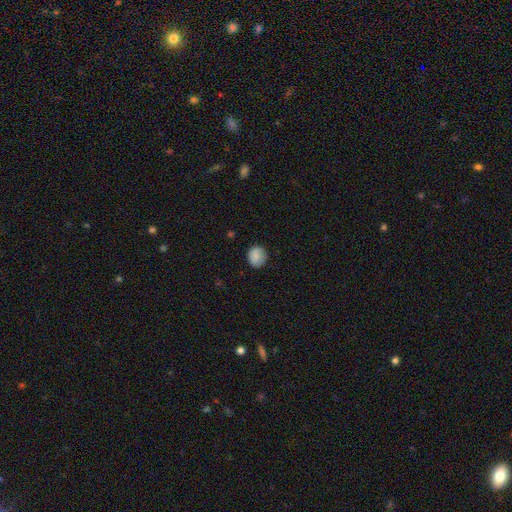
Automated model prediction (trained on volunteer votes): smooth_or_featured: smooth (p=0.85) [alt: star or artifact p=0.08]
how_rounded: round (p=0.78) [alt: in between p=0.21]
merging: none (p=0.79) [alt: minor disturbance p=0.16]